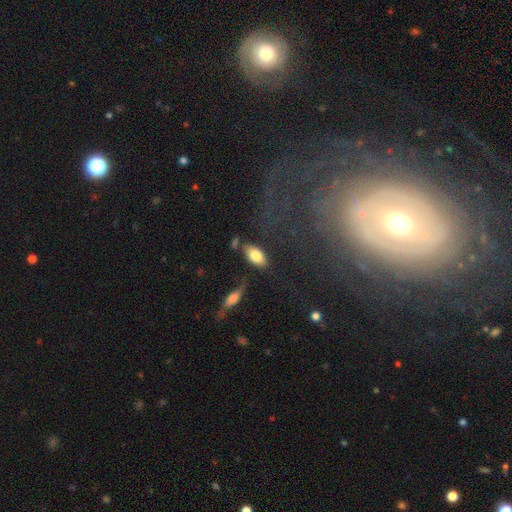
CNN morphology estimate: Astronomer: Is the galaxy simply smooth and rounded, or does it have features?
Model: smooth — 79%.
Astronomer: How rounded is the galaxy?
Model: in between — 91%.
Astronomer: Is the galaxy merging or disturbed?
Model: none — 75%.